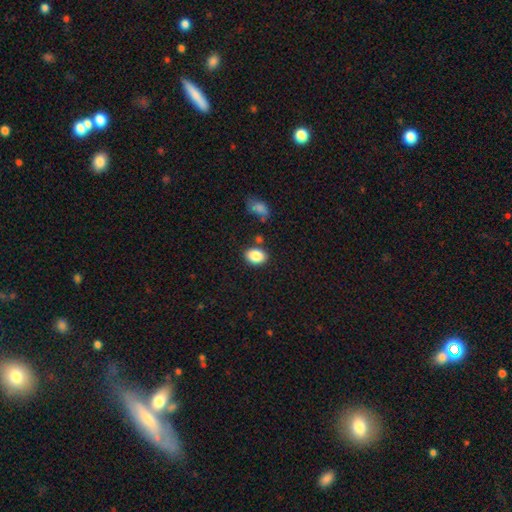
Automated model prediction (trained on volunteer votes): The model was most divided on "how rounded": in between: 73%, round: 26%, cigar-shaped: 1%. More confident: smooth or featured — smooth (87%); merging — none (80%).